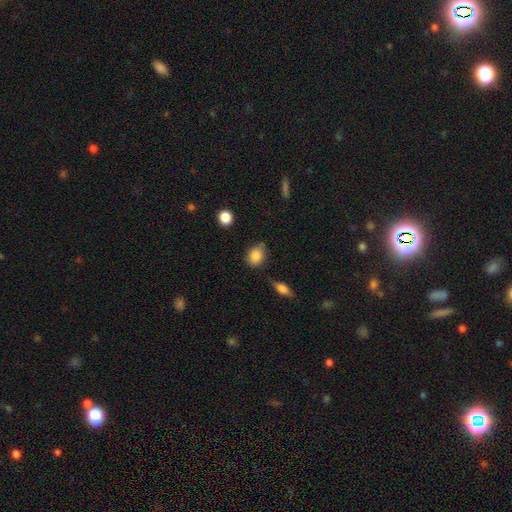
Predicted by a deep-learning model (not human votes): Q: Smooth or featured?
A: smooth (86%); runner-up: star or artifact (8%)
Q: How rounded?
A: in between (50%); runner-up: round (48%)
Q: Merging?
A: none (70%); runner-up: minor disturbance (22%)